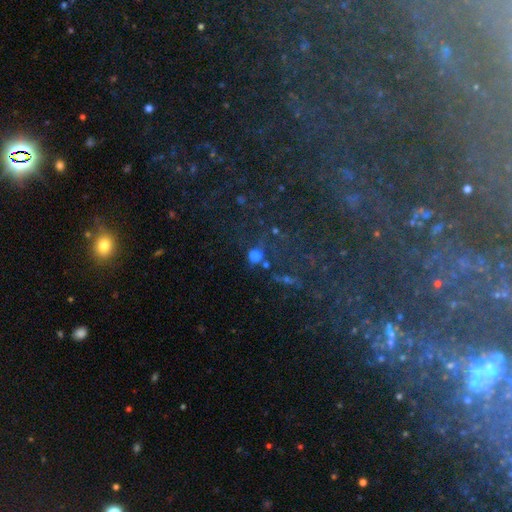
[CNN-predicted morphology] A smooth galaxy with no disk features (60%) that is round (80%).

Vote fractions:
- Smooth or featured? smooth: 60% / star or artifact: 27% / featured or disk: 13%
- How rounded? round: 80% / in between: 18% / cigar-shaped: 2%
- Merging? none: 56% / minor disturbance: 16% / major disturbance: 14% / merger: 14%